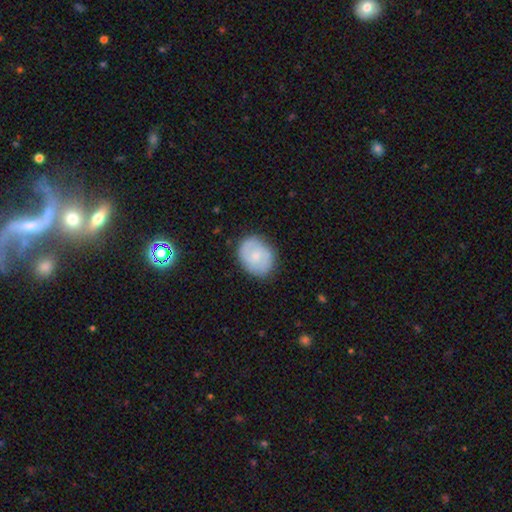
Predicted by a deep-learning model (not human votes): Overall: smooth (49%; featured or disk 44%). Merging: none (80%).